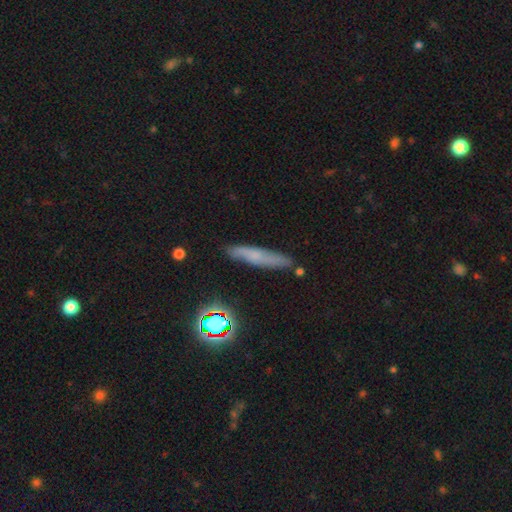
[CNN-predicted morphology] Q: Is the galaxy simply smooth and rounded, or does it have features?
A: smooth — 54%.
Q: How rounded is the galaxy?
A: cigar-shaped — 87%.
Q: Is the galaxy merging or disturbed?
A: none — 81%.